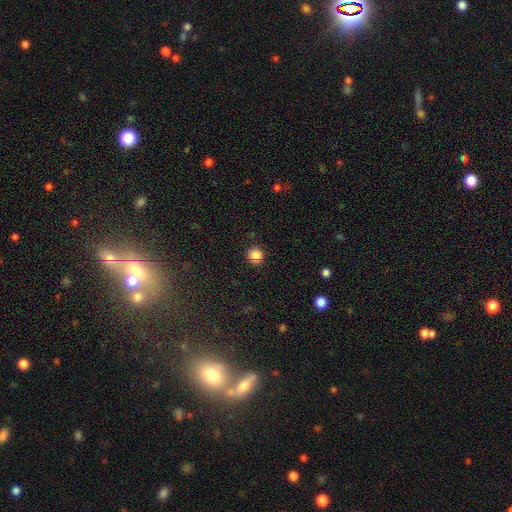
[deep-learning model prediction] Smooth or featured?
  - smooth: 83% *
  - star or artifact: 12%
  - featured or disk: 5%
How rounded?
  - round: 91% *
  - in between: 8%
  - cigar-shaped: 1%
Merging?
  - none: 84% *
  - minor disturbance: 10%
  - merger: 3%
  - major disturbance: 3%